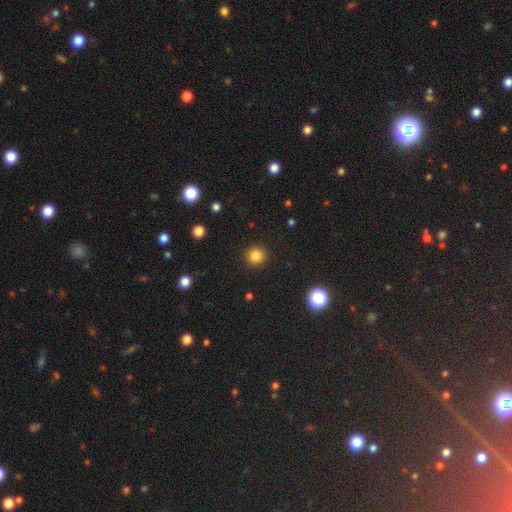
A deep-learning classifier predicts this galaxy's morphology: Smooth or featured? smooth (82%)
How rounded? round (93%)
Merging? none (92%)